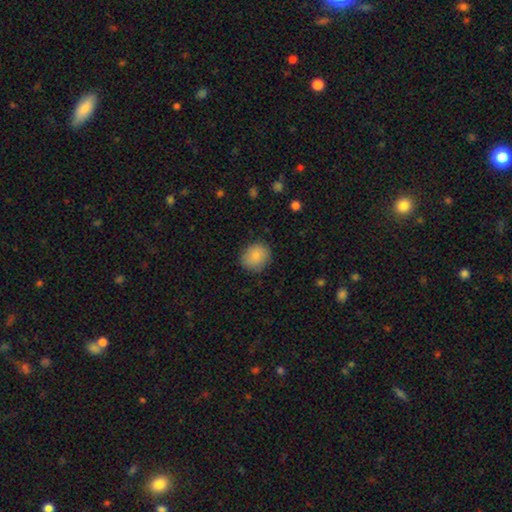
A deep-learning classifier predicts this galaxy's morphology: Q: Smooth or featured?
A: smooth (84%); runner-up: featured or disk (8%)
Q: How rounded?
A: round (77%); runner-up: in between (23%)
Q: Merging?
A: none (84%); runner-up: minor disturbance (12%)